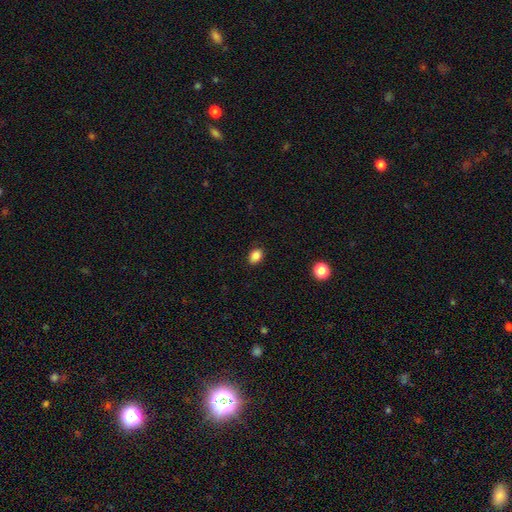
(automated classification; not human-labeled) Smooth or featured?
  - smooth: 86% *
  - star or artifact: 10%
  - featured or disk: 4%
How rounded?
  - in between: 72% *
  - round: 27%
  - cigar-shaped: 1%
Merging?
  - none: 87% *
  - minor disturbance: 10%
  - major disturbance: 2%
  - merger: 1%